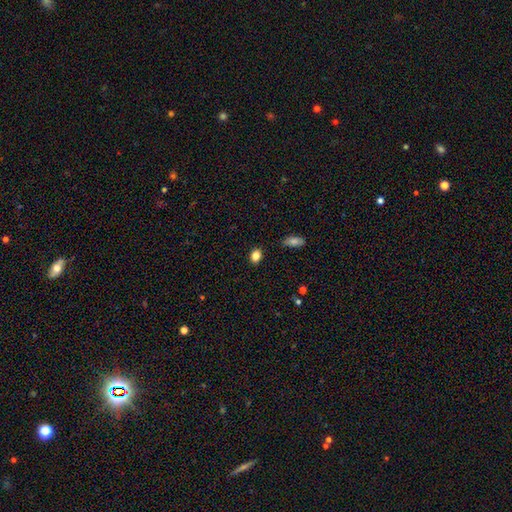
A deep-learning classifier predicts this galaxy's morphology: Smooth or featured: smooth — 84% (star or artifact — 10%)
How rounded: in between — 70% (round — 28%)
Merging: none — 87% (minor disturbance — 10%)